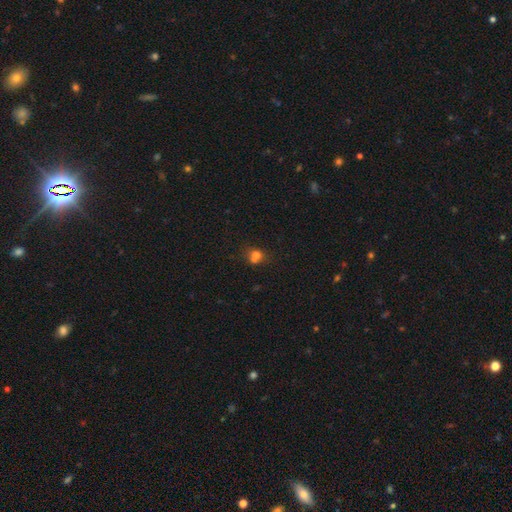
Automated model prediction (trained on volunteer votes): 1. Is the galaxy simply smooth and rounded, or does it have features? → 68% smooth, 17% star or artifact, 15% featured or disk.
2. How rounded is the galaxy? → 75% round, 24% in between, 1% cigar-shaped.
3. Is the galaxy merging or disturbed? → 50% merger, 37% none, 9% minor disturbance, 4% major disturbance.